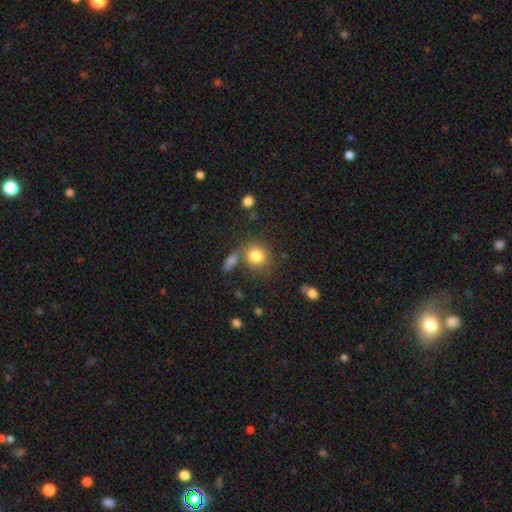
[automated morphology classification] smooth_or_featured: smooth (p=0.81) [alt: star or artifact p=0.11]
how_rounded: round (p=0.81) [alt: in between p=0.18]
merging: none (p=0.67) [alt: merger p=0.15]